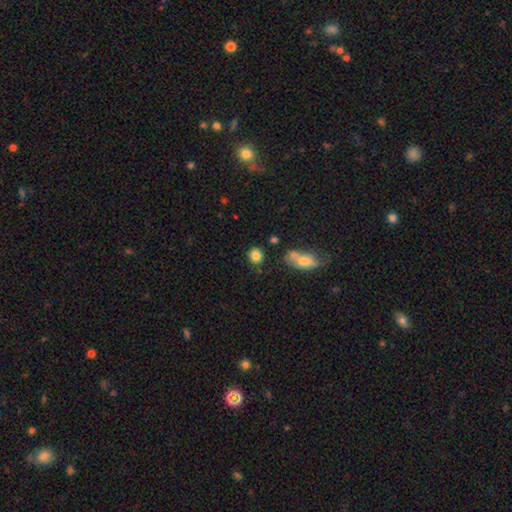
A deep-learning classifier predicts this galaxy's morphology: smooth-or-featured: smooth: 84% | star or artifact: 10% | featured or disk: 6%
  how-rounded: round: 79% | in between: 20% | cigar-shaped: 1%
  merging: none: 79% | minor disturbance: 12% | merger: 6% | major disturbance: 3%